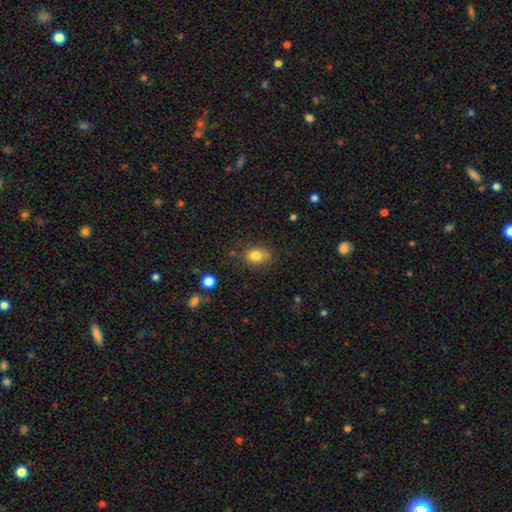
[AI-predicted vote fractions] Smooth or featured: smooth — 80% (star or artifact — 12%)
How rounded: round — 55% (in between — 44%)
Merging: none — 67% (minor disturbance — 19%)